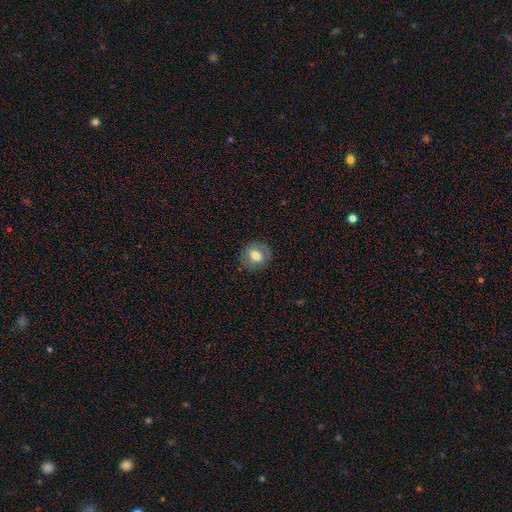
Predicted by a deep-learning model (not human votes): Overall: smooth (68%). How rounded: round (66%; in between 33%). Merging: none (85%).